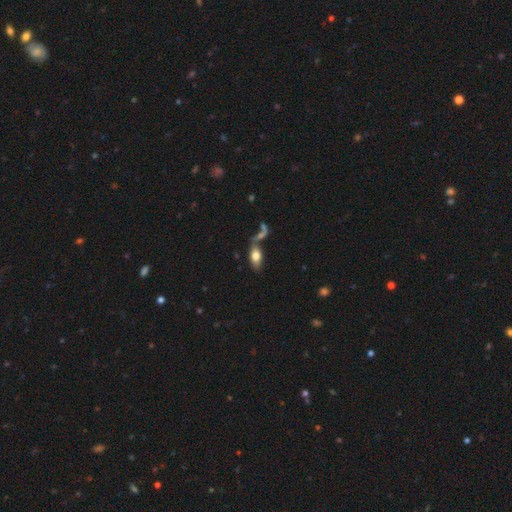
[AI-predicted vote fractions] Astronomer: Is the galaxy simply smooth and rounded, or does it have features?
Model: smooth — 73%.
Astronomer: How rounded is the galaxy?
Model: in between — 87%.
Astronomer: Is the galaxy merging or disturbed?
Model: none — 51% (runner-up: merger, 29%).